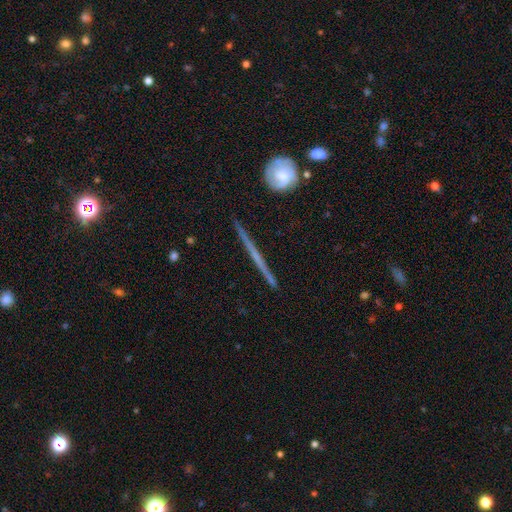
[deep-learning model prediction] A featured or disk galaxy (67%) viewed edge-on (97%) with no central bulge (84%). Merging: none (90%).